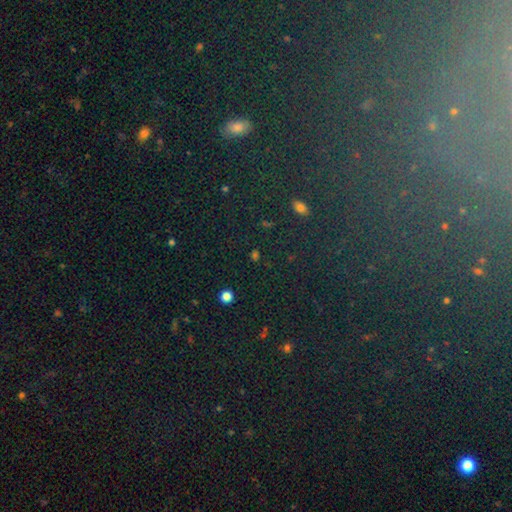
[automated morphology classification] smooth_or_featured: star or artifact (p=0.58) [alt: smooth p=0.33]